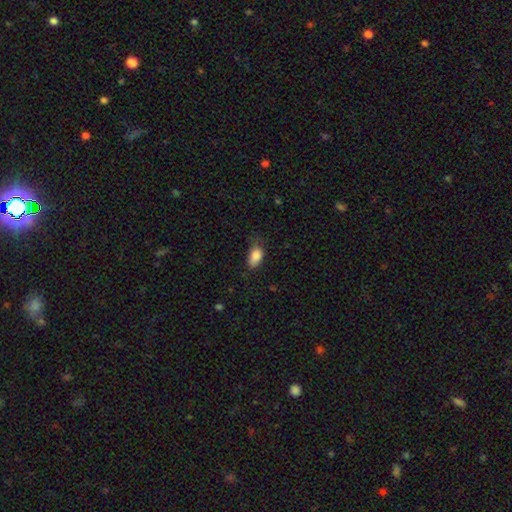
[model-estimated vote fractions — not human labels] smooth 86%, star or artifact 8%, featured or disk 6%. Down the decision tree: how rounded — in between (92%); merging — none (54%).